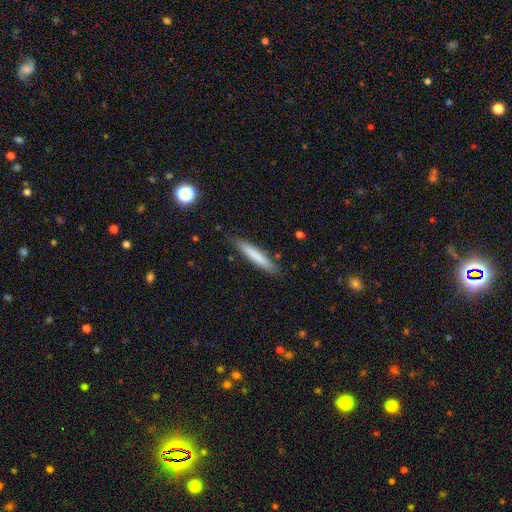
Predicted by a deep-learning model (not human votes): This is likely a smooth galaxy (77%). How rounded: clearly cigar-shaped (92%). Merging: clearly none (85%).